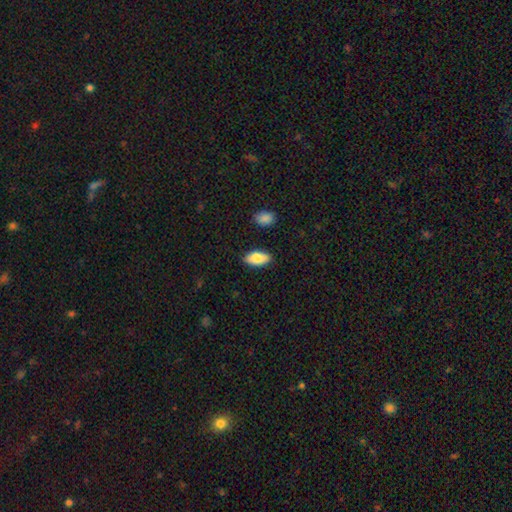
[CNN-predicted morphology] Overall: smooth (84%). How rounded: in between (91%). Merging: none (86%).